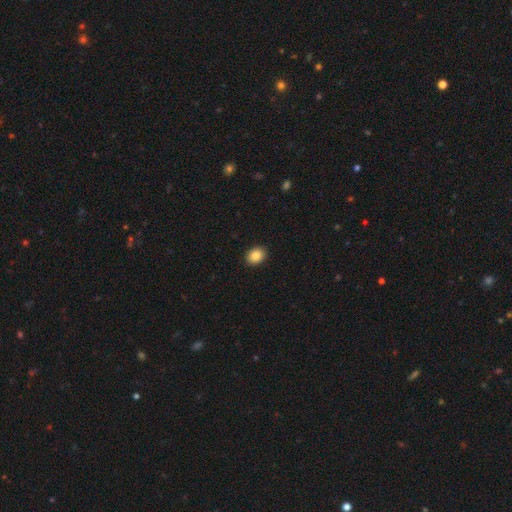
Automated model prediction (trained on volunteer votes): This is clearly a smooth galaxy (88%). How rounded: possibly in between (58%). Merging: clearly none (91%).